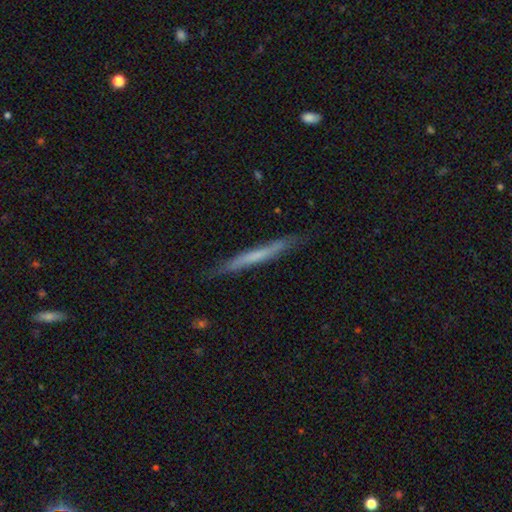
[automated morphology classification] Smooth or featured: smooth — 48% (featured or disk — 46%)
Merging: none — 85% (minor disturbance — 12%)